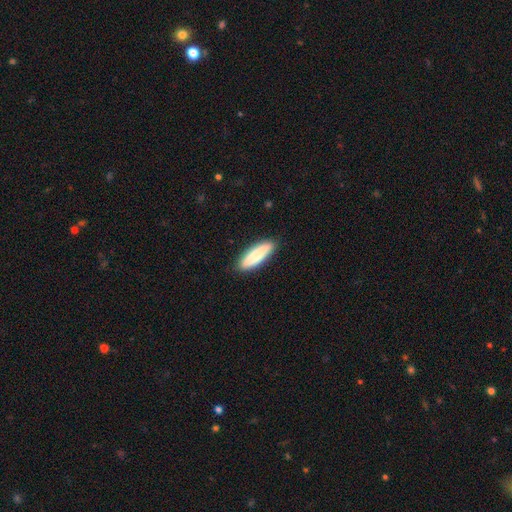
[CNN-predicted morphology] type=smooth (81%); roundness=cigar-shaped (62%); merging=none (89%).